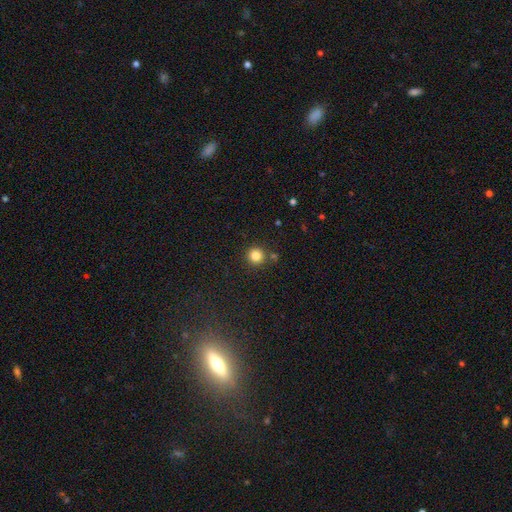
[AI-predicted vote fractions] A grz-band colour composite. It shows a smooth galaxy with no disk features (83%) that is round (95%). Merging: none (84%).